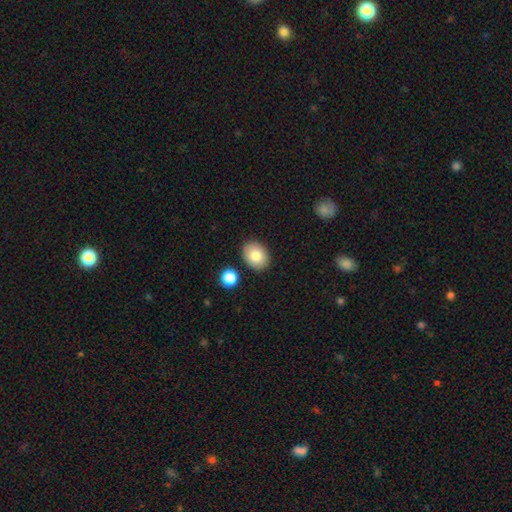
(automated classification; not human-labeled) This is clearly a smooth galaxy (83%). How rounded: likely in between (63%). Merging: clearly none (86%).